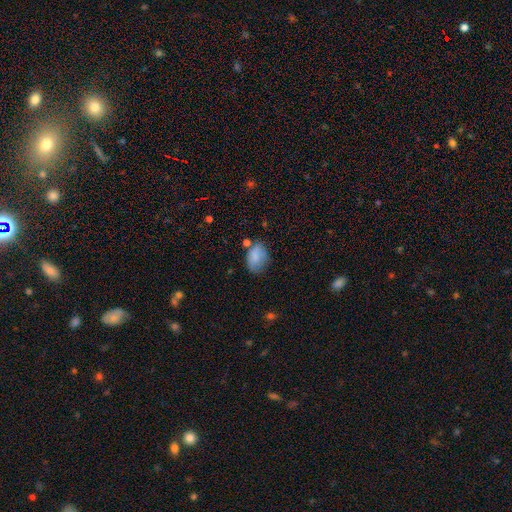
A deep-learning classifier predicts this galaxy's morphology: Smooth or featured? smooth (82%)
How rounded? in between (80%)
Merging? none (60%)